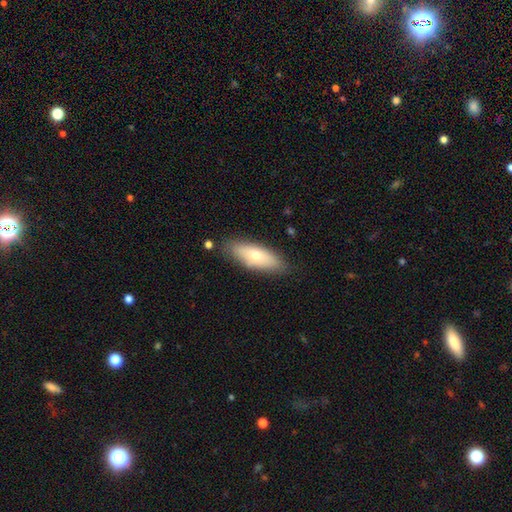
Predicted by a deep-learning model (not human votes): This appears to be a smooth galaxy with no disk features (65%) that is in between round and cigar-shaped (65%). Merging: none (83%).